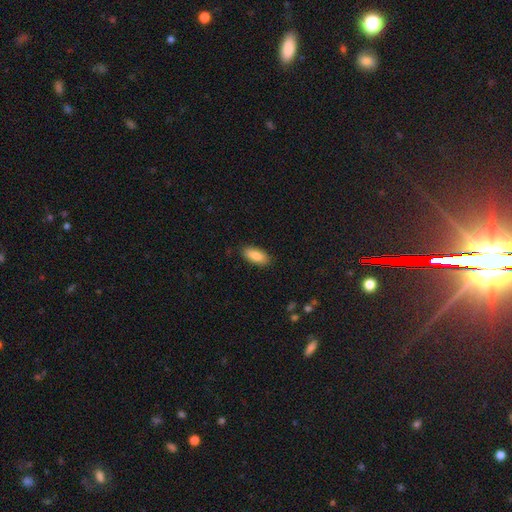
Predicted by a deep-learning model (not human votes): Q: Smooth or featured?
A: smooth (86%); runner-up: featured or disk (7%)
Q: How rounded?
A: in between (84%); runner-up: cigar-shaped (14%)
Q: Merging?
A: none (87%); runner-up: minor disturbance (10%)